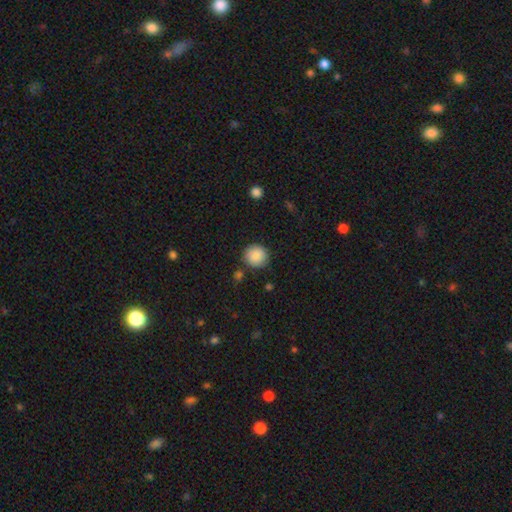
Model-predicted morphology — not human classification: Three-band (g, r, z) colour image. It shows a smooth galaxy with no disk features (88%) that is round (92%). Merging: none (85%).